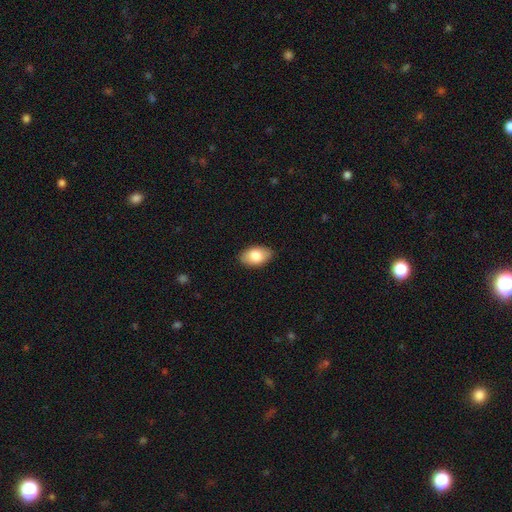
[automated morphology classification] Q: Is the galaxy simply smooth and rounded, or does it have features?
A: smooth — 82%.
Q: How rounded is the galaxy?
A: in between — 93%.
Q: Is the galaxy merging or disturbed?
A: none — 88%.